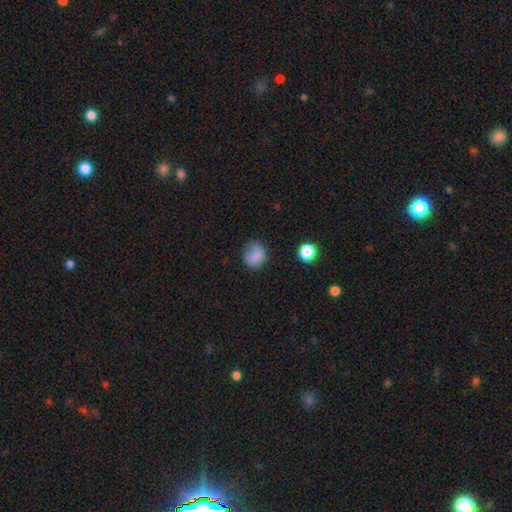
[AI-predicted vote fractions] The model was most divided on "merging": none: 64%, minor disturbance: 25%, major disturbance: 9%, merger: 2%. More confident: smooth or featured — smooth (82%); how rounded — round (73%).